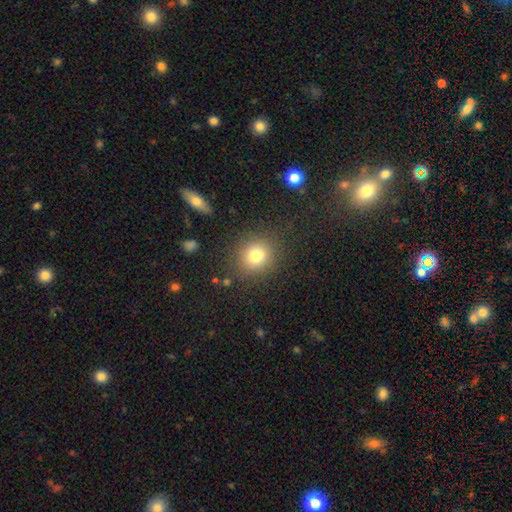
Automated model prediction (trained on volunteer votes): Morphology: type=smooth (79%); roundness=round (80%); merging=none (85%).